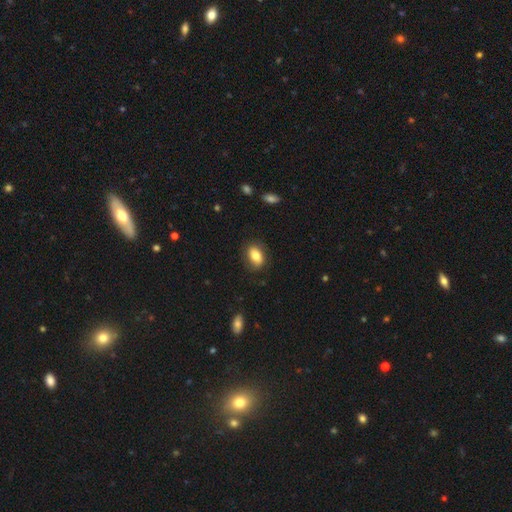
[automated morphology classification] Smooth or featured: smooth — 77% (featured or disk — 15%)
How rounded: in between — 81% (round — 17%)
Merging: none — 81% (minor disturbance — 14%)